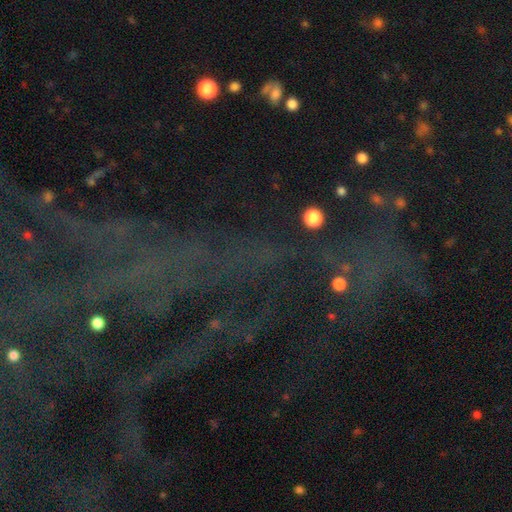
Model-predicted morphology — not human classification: A star or artifact, not a galaxy (74%).